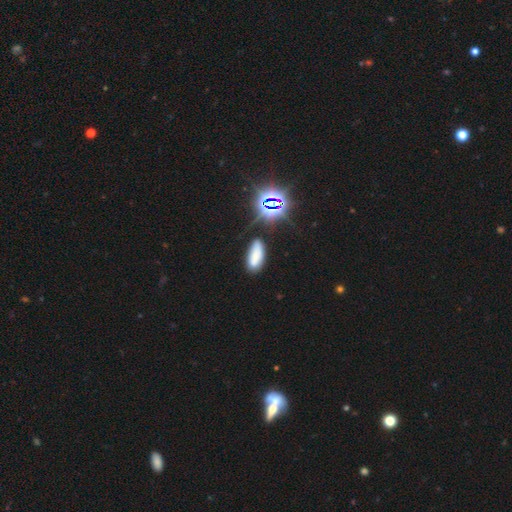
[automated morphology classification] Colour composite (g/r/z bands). It shows a smooth galaxy with no disk features (69%) that is in between round and cigar-shaped (78%). Merging: none (72%).